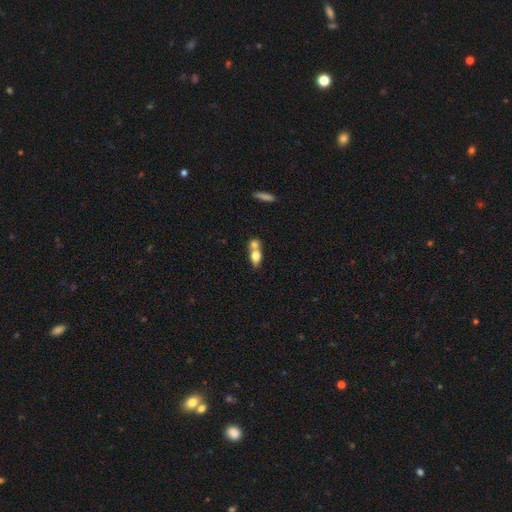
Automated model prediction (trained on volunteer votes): smooth 72%, featured or disk 20%, star or artifact 8%. Down the decision tree: how rounded — in between (67%); merging — merger (62%).